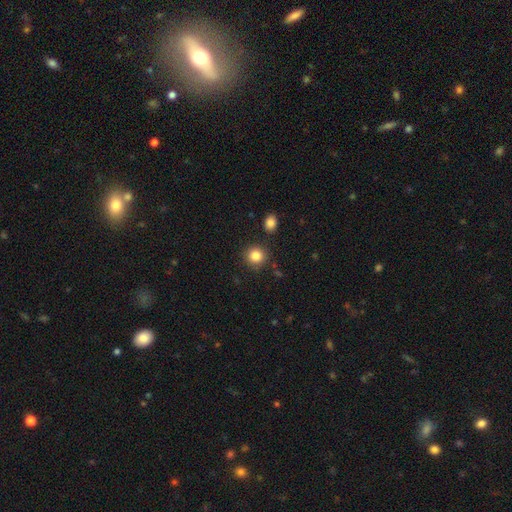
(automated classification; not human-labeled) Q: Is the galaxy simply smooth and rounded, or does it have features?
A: smooth — 85%.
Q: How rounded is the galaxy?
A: round — 91%.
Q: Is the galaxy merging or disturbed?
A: none — 86%.